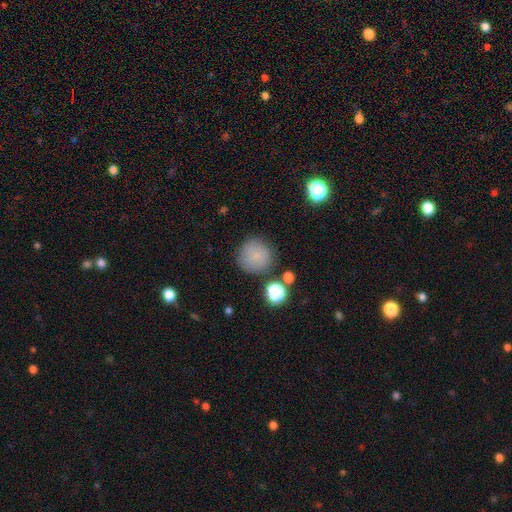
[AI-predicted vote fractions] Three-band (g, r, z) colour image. It shows a smooth galaxy with no disk features (79%) that is round (94%). Merging: none (78%).